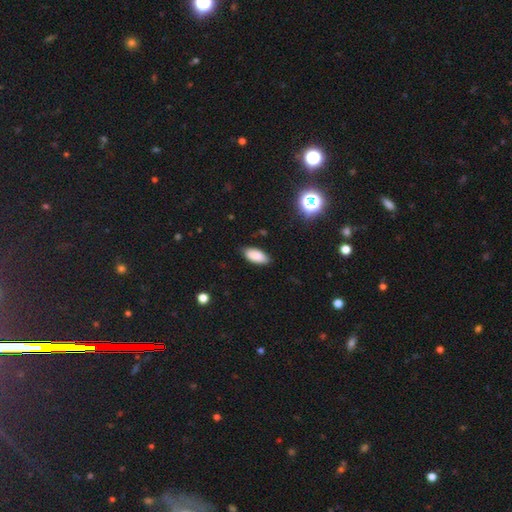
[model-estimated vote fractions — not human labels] Smooth or featured: smooth — 87% (star or artifact — 8%)
How rounded: in between — 89% (cigar-shaped — 9%)
Merging: none — 83% (minor disturbance — 13%)